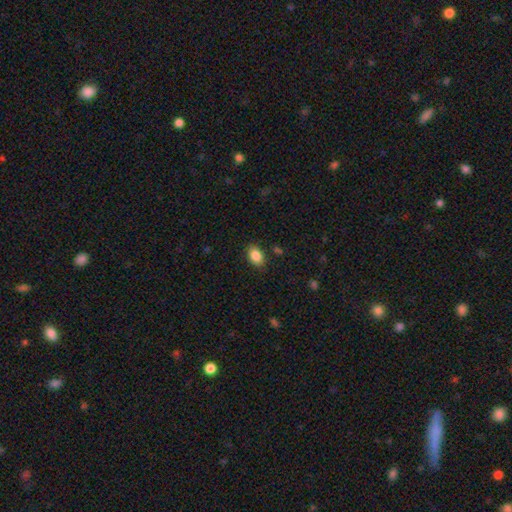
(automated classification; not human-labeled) This is clearly a smooth galaxy (87%). How rounded: clearly in between (86%). Merging: clearly none (86%).